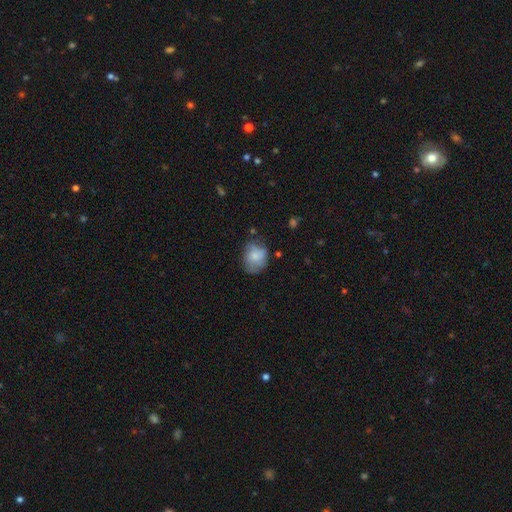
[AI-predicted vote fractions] smooth 69%, featured or disk 22%, star or artifact 8%. Down the decision tree: how rounded — round (61%); merging — none (57%).